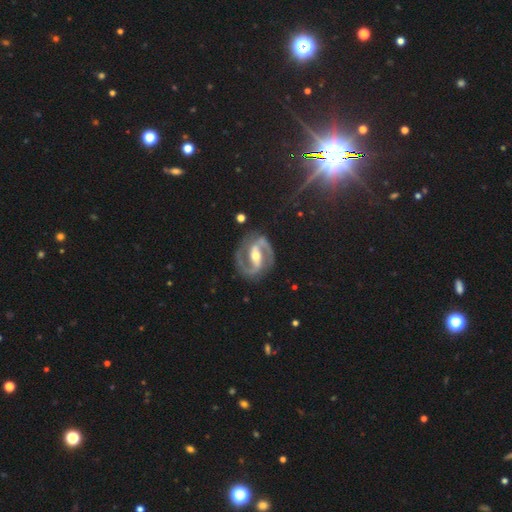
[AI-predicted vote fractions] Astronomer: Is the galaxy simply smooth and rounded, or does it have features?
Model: featured or disk — 91%.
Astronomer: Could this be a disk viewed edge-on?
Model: no — 97%.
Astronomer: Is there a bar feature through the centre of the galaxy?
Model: strong — 62%.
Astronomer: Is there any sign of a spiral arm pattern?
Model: yes — 97%.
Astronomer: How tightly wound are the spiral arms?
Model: medium — 57%.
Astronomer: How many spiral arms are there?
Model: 2 — 94%.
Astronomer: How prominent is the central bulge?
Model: moderate — 64%.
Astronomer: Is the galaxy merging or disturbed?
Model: none — 83%.